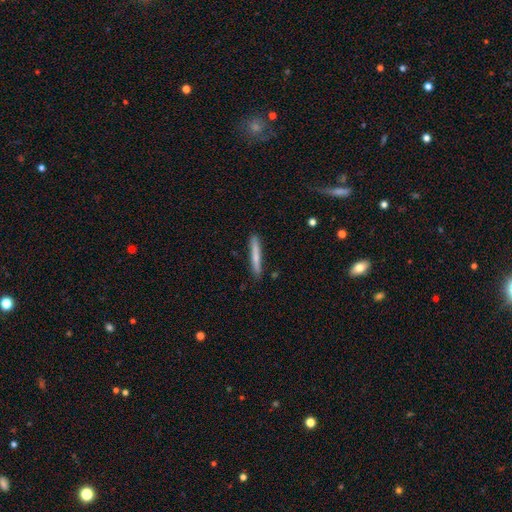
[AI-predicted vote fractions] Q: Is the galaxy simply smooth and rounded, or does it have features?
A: smooth — 69%.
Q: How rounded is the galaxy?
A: cigar-shaped — 96%.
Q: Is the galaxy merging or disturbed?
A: none — 88%.